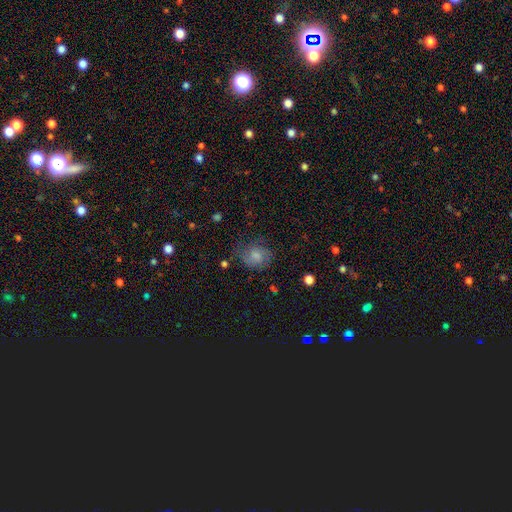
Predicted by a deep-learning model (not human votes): Morphology: type=smooth (60%); roundness=round (60%); merging=none (54%).